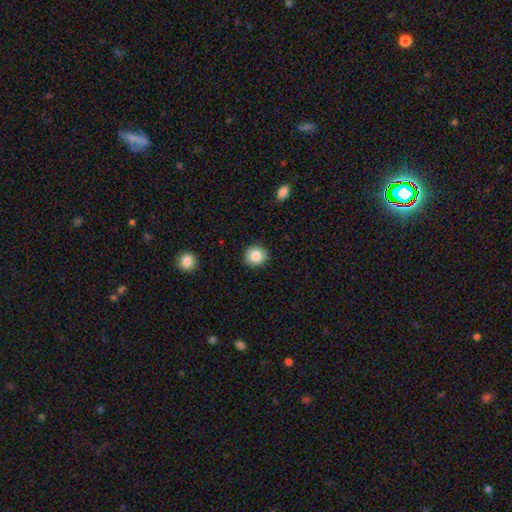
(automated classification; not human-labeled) The model was most divided on "smooth or featured": smooth: 84%, star or artifact: 9%, featured or disk: 6%. More confident: merging — none (91%); how rounded — round (91%).